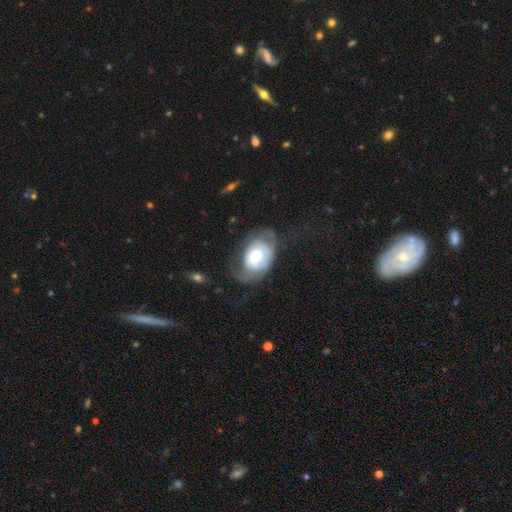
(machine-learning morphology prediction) This is possibly a featured or disk galaxy (52%). It is clearly not viewed edge-on (95%). Merging: marginally none (38%).